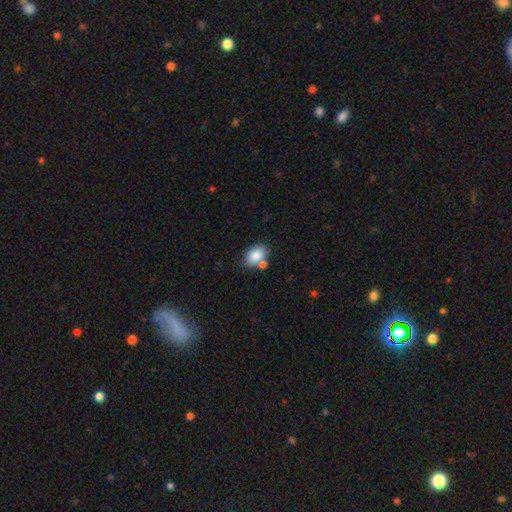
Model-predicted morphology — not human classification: Smooth or featured: smooth — 84% (featured or disk — 9%)
How rounded: in between — 85% (round — 14%)
Merging: none — 59% (merger — 22%)